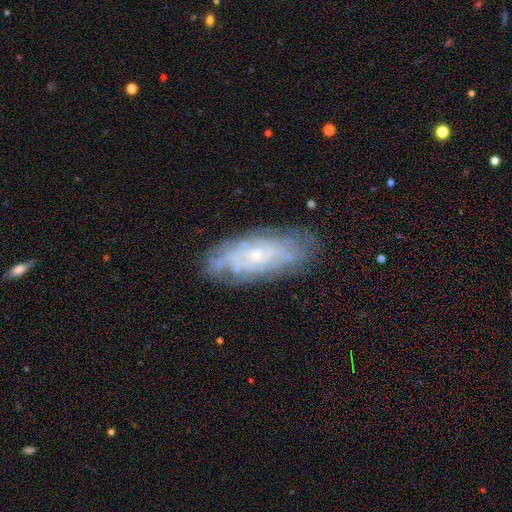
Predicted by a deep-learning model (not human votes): A featured or disk galaxy (70%) with no bar (79%), spiral arms (78%) and a small central bulge (70%).

Vote fractions:
- Smooth or featured? featured or disk: 70% / smooth: 22% / star or artifact: 8%
- Edge-on disk? no: 87% / yes: 13%
- Bar? no: 79% / weak: 18% / strong: 4%
- Spiral arms? yes: 78% / no: 22%
- Bulge size? small: 70% / moderate: 24% / none: 3% / large: 2% / dominant: 1%
- Merging? none: 77% / minor disturbance: 17% / major disturbance: 5% / merger: 2%